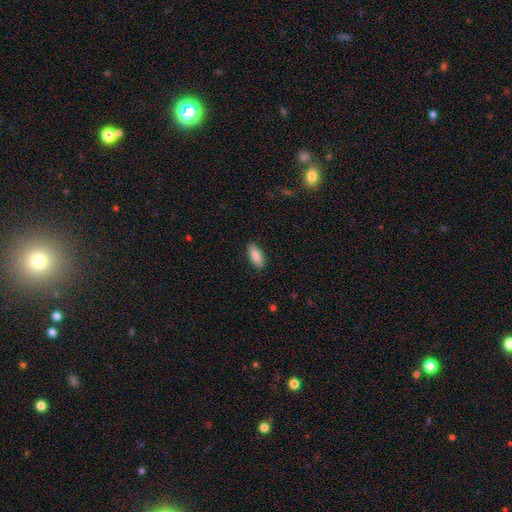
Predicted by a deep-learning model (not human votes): Smooth or featured? Predicted: smooth (p=0.87). How rounded? Predicted: in between (p=0.80). Merging? Predicted: none (p=0.88).